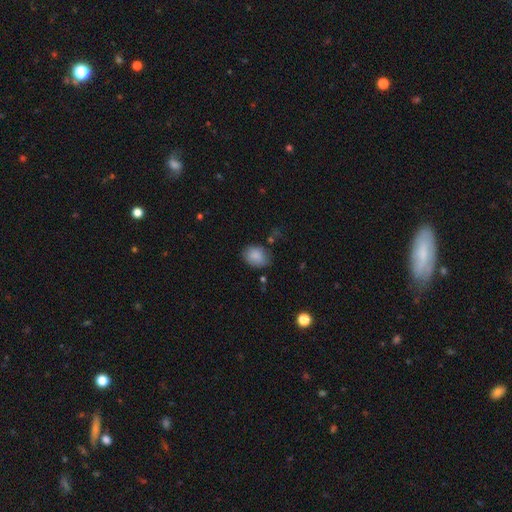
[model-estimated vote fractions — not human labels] Smooth or featured: smooth — 86% (star or artifact — 8%)
How rounded: in between — 63% (round — 36%)
Merging: none — 72% (minor disturbance — 20%)